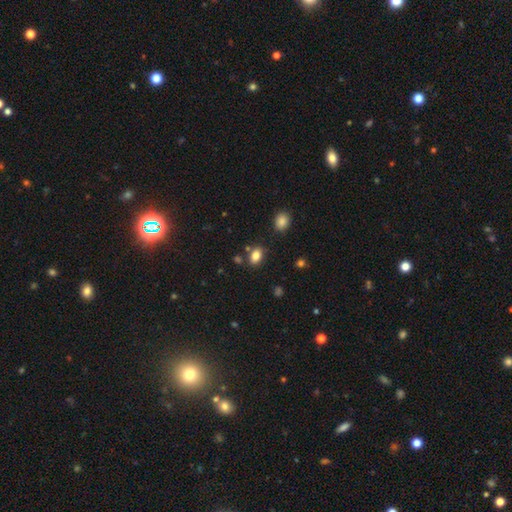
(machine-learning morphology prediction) Q: Smooth or featured?
A: smooth (84%); runner-up: star or artifact (10%)
Q: How rounded?
A: in between (81%); runner-up: round (18%)
Q: Merging?
A: none (78%); runner-up: minor disturbance (12%)